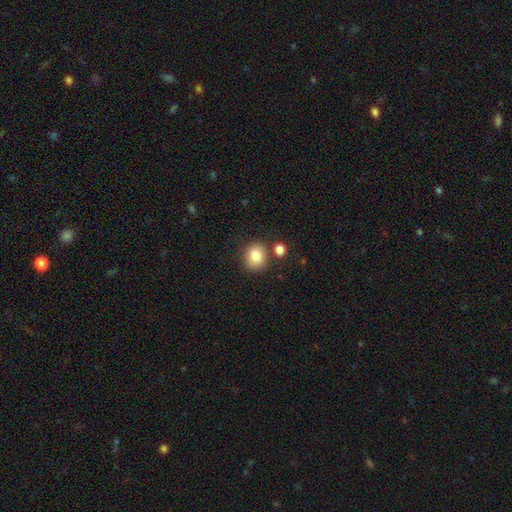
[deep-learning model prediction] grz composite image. It shows a smooth galaxy with no disk features (86%) that is round (71%). Merging: none (75%).